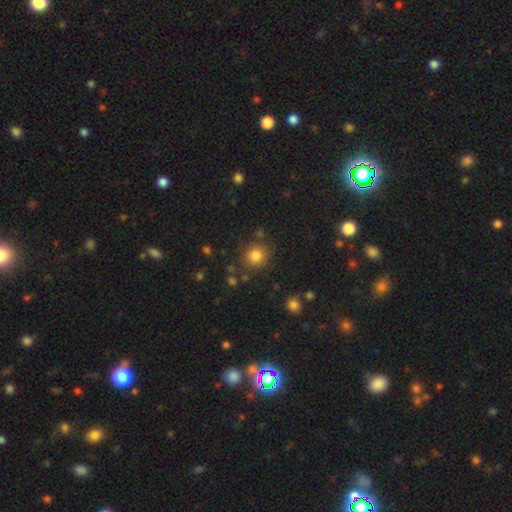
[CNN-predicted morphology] Q: Smooth or featured?
A: smooth (82%); runner-up: star or artifact (13%)
Q: How rounded?
A: round (88%); runner-up: in between (11%)
Q: Merging?
A: none (83%); runner-up: minor disturbance (9%)